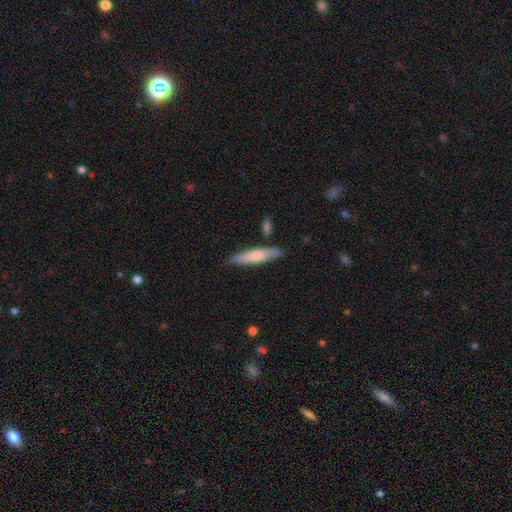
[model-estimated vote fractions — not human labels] smooth 69%, featured or disk 26%, star or artifact 5%. Down the decision tree: how rounded — cigar-shaped (80%); merging — none (81%).